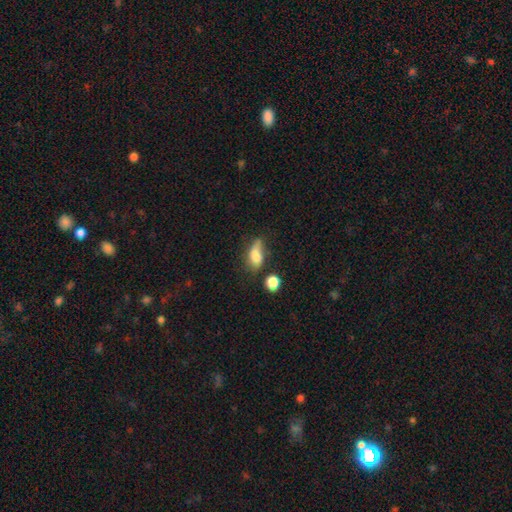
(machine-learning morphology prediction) This appears to be a smooth galaxy with no disk features (71%) that is in between round and cigar-shaped (81%). Merging: none (34%).